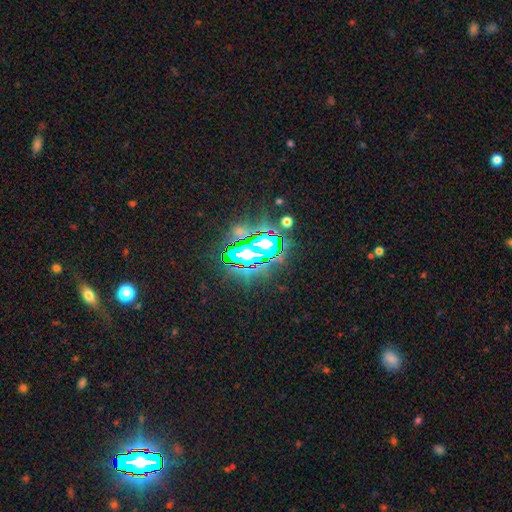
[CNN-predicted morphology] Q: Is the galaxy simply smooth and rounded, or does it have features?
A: star or artifact — 71%.